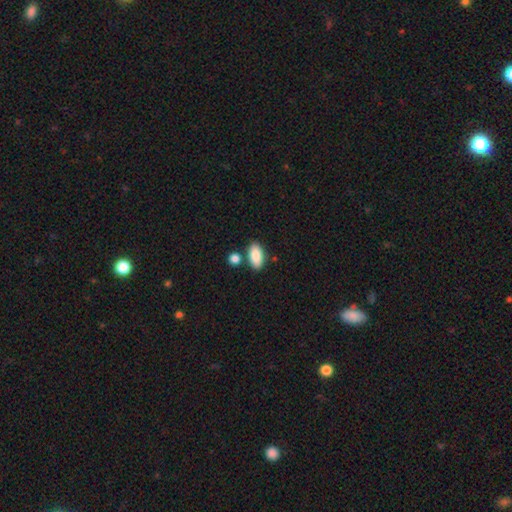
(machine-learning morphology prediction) type=smooth (88%); roundness=in between (92%); merging=none (77%).